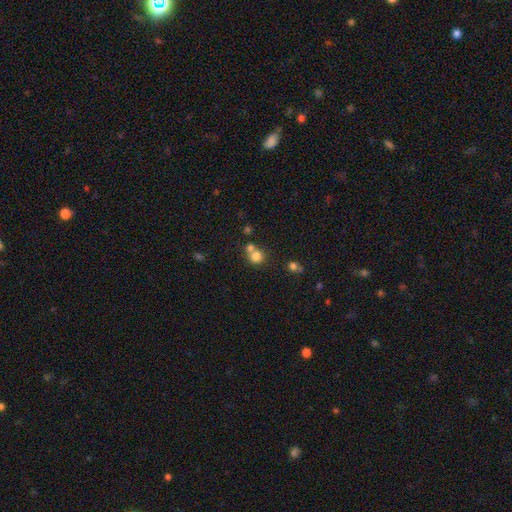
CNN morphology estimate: A smooth galaxy with no disk features (77%) that is round (86%). Merging: none (49%).